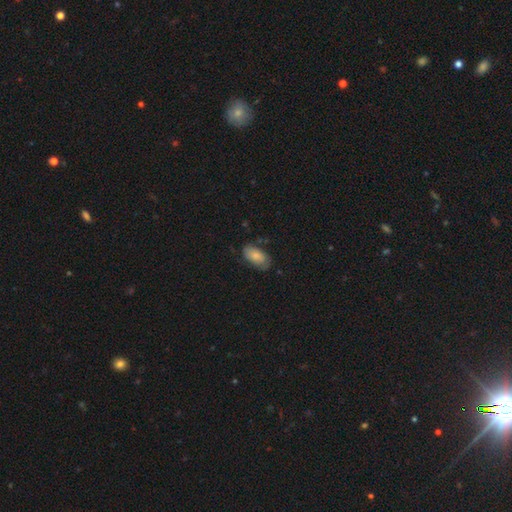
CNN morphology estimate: This is likely a smooth galaxy (76%). How rounded: clearly in between (93%). Merging: likely none (70%).